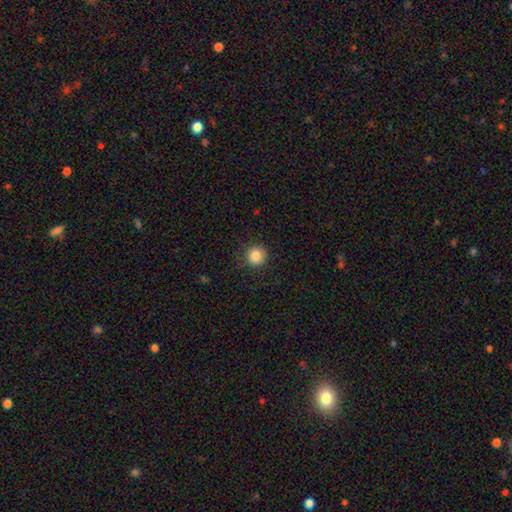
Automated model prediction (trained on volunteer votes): A smooth galaxy with no disk features (85%) that is round (91%).

Vote fractions:
- Smooth or featured? smooth: 85% / star or artifact: 10% / featured or disk: 5%
- How rounded? round: 91% / in between: 8% / cigar-shaped: 1%
- Merging? none: 88% / minor disturbance: 8% / major disturbance: 3% / merger: 1%